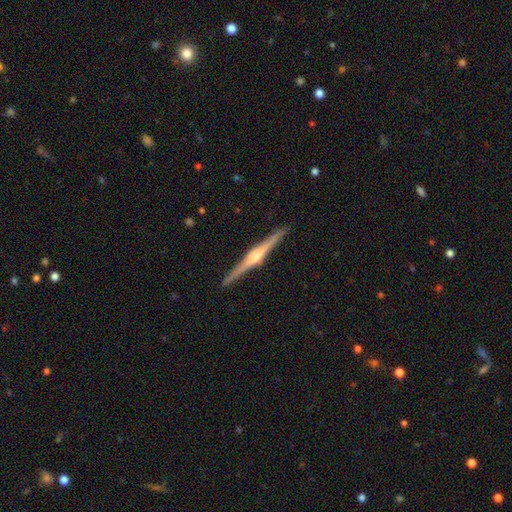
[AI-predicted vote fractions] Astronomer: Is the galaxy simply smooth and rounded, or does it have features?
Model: featured or disk — 83%.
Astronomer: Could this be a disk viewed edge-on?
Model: yes — 99%.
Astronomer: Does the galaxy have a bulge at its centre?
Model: rounded — 79%.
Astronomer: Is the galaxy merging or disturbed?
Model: none — 91%.